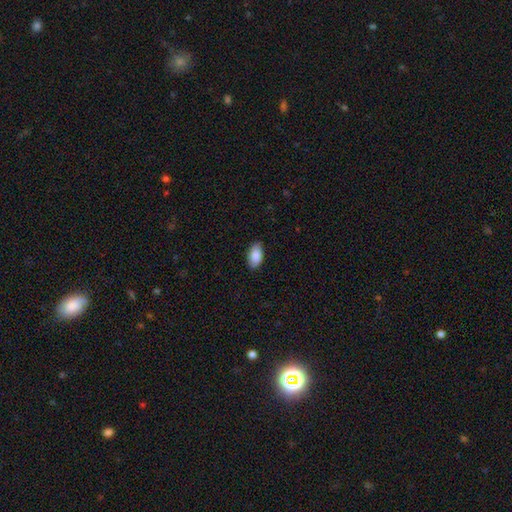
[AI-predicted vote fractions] The model was most divided on "merging": none: 88%, minor disturbance: 10%, major disturbance: 2%, merger: 1%. More confident: how rounded — in between (95%); smooth or featured — smooth (86%).